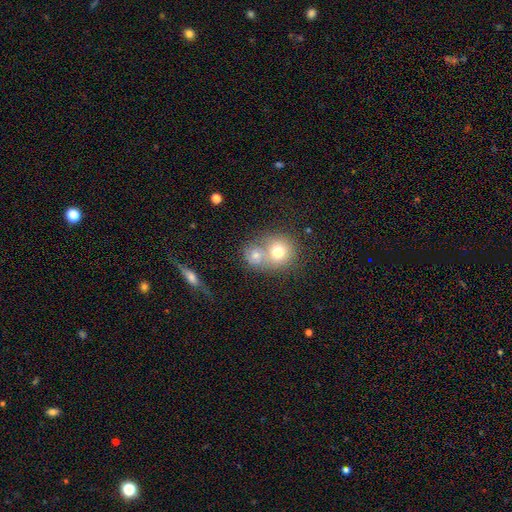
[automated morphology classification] The model was most divided on "merging": merger: 57%, none: 30%, minor disturbance: 8%, major disturbance: 5%. More confident: how rounded — round (75%); smooth or featured — smooth (65%).